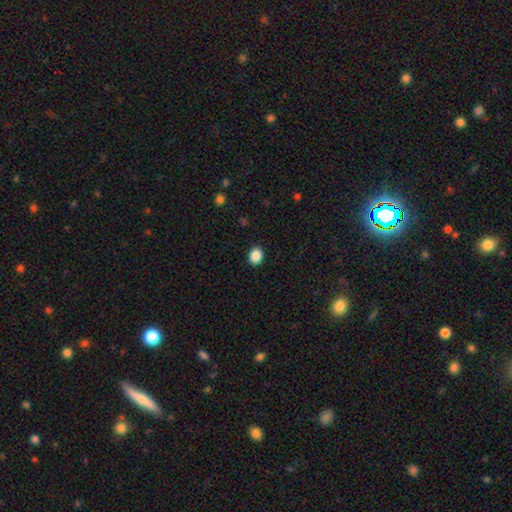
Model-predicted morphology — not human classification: Overall: smooth (88%). How rounded: round (54%; in between 46%). Merging: none (91%).